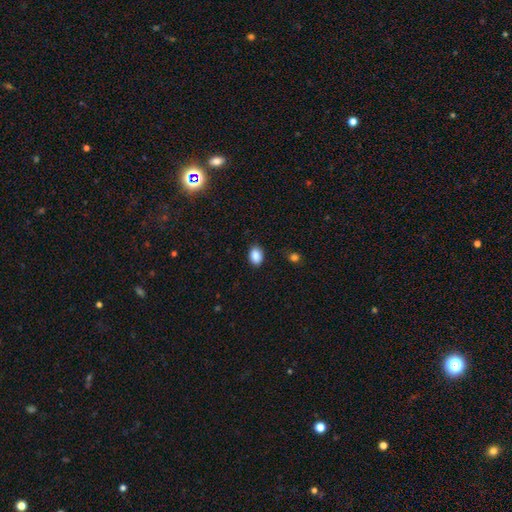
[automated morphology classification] type=smooth (88%); roundness=in between (79%); merging=none (86%).